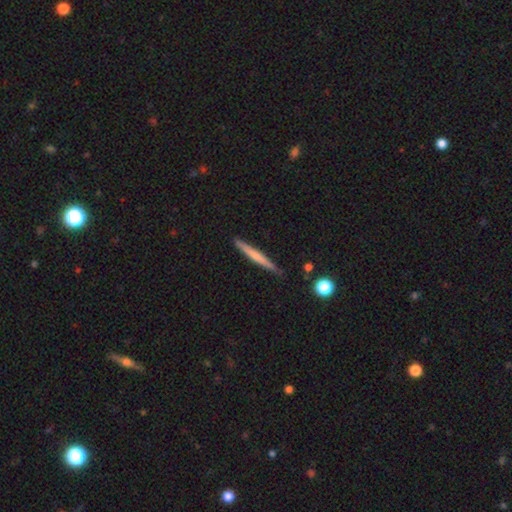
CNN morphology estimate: Smooth or featured? smooth (49%)
Merging? none (88%)